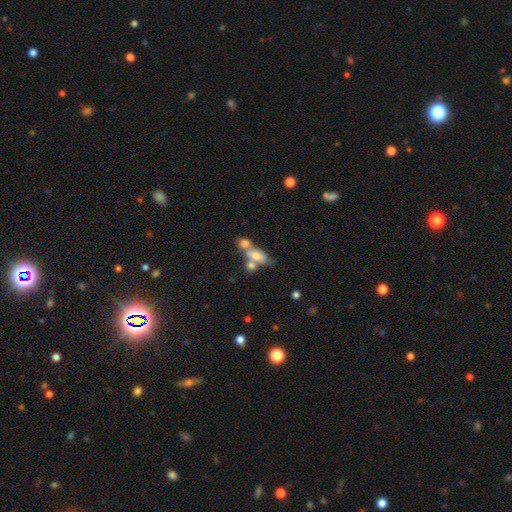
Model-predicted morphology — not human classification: type=smooth (68%); roundness=in between (75%); merging=merger (53%).